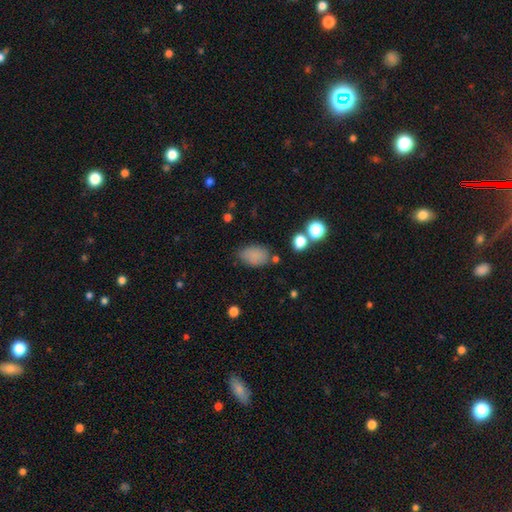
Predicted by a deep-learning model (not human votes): This is clearly a smooth galaxy (84%). How rounded: clearly in between (89%). Merging: likely none (73%).